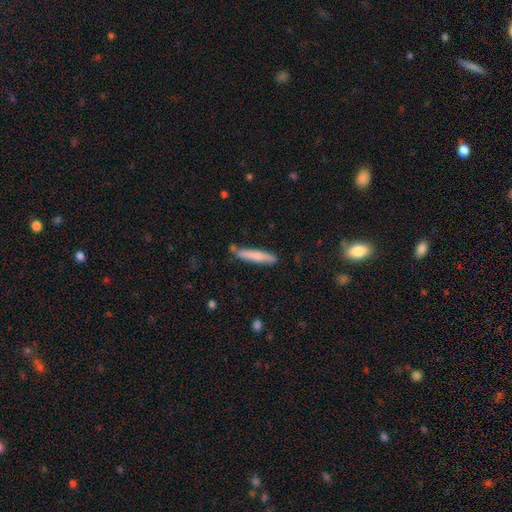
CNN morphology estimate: Smooth or featured? Predicted: smooth (p=0.71). How rounded? Predicted: cigar-shaped (p=0.91). Merging? Predicted: none (p=0.77).